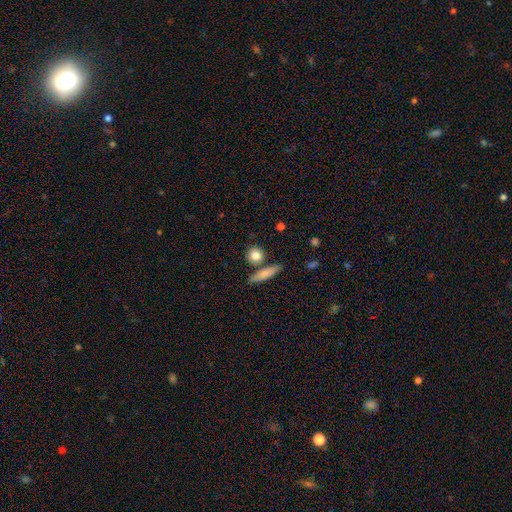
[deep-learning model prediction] This appears to be a smooth galaxy with no disk features (83%) that is round (74%). Merging: none (75%).